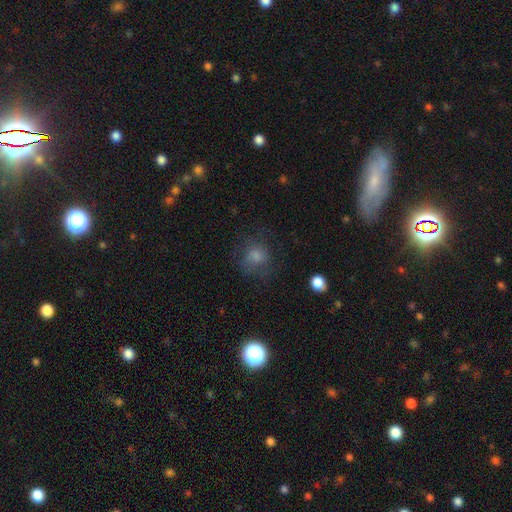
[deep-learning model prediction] This appears to be a smooth galaxy with no disk features (63%) that is round (82%). Merging: none (69%).